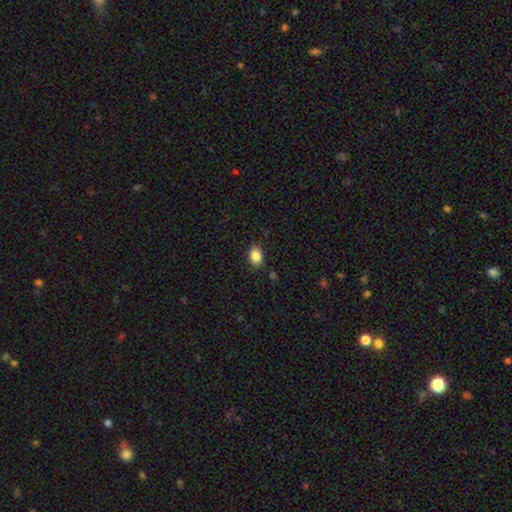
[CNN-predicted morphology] smooth-or-featured: smooth: 86% | star or artifact: 9% | featured or disk: 5%
  how-rounded: in between: 78% | round: 21% | cigar-shaped: 1%
  merging: none: 86% | minor disturbance: 10% | major disturbance: 2% | merger: 1%